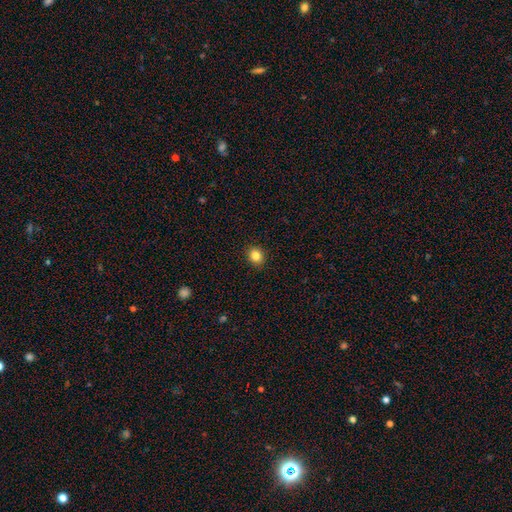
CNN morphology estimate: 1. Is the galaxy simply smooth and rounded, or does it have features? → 84% smooth, 11% star or artifact, 5% featured or disk.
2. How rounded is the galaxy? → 74% round, 25% in between, 1% cigar-shaped.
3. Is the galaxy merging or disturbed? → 91% none, 6% minor disturbance, 2% major disturbance, 1% merger.